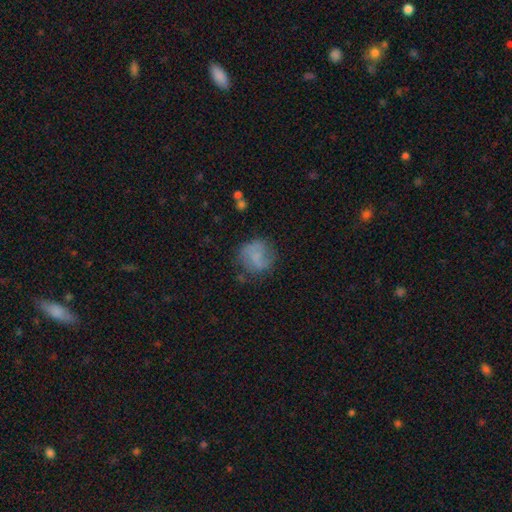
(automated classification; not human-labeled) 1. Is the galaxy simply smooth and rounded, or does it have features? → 55% smooth, 34% featured or disk, 11% star or artifact.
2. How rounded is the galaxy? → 81% round, 18% in between, 1% cigar-shaped.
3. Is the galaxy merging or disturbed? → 62% none, 22% minor disturbance, 13% major disturbance, 3% merger.